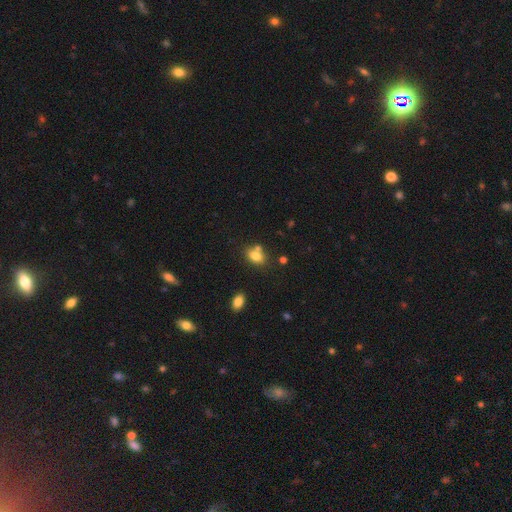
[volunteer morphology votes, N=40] Smooth or featured?
  - smooth: 85% *
  - featured or disk: 10%
  - star or artifact: 5%
How rounded?
  - in between: 82% *
  - round: 15%
  - cigar-shaped: 3%
Merging?
  - none: 53% *
  - minor disturbance: 21%
  - merger: 21%
  - major disturbance: 5%